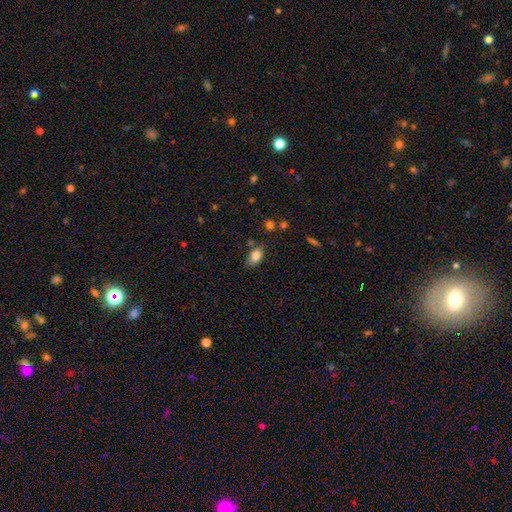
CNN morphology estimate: type=smooth (84%); roundness=in between (88%); merging=none (74%).